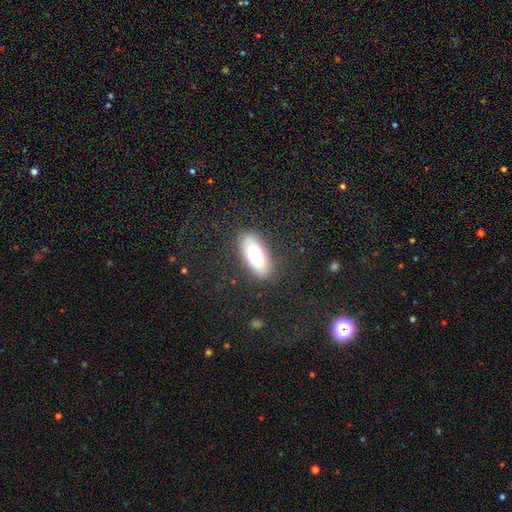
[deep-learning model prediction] Smooth or featured?
  - smooth: 77% *
  - featured or disk: 17%
  - star or artifact: 7%
How rounded?
  - in between: 81% *
  - cigar-shaped: 17%
  - round: 2%
Merging?
  - none: 84% *
  - minor disturbance: 11%
  - major disturbance: 4%
  - merger: 1%